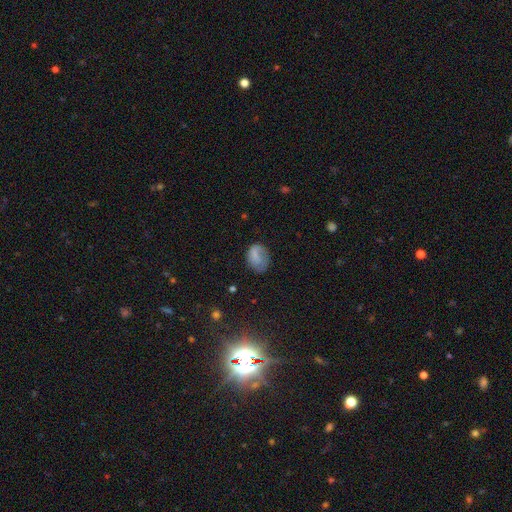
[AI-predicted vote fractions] This is likely a smooth galaxy (67%). How rounded: likely in between (65%). Merging: possibly none (54%).